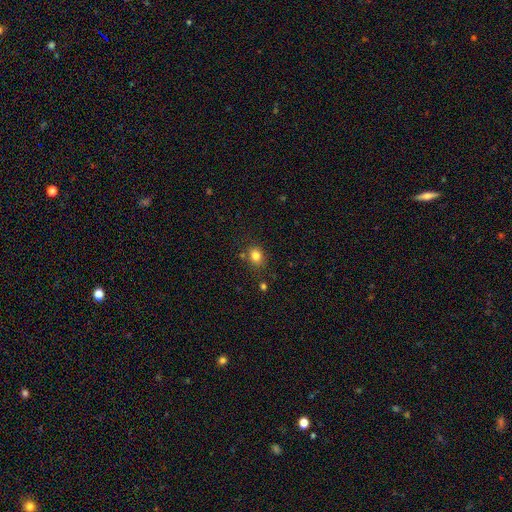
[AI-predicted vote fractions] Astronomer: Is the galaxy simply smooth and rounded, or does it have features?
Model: smooth — 82%.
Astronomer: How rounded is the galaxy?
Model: round — 56% (runner-up: in between, 44%).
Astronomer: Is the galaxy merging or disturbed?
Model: none — 78%.